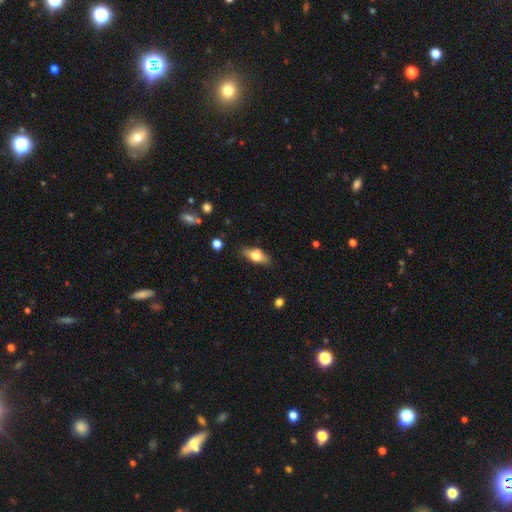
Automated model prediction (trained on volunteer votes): A smooth galaxy with no disk features (61%) that is in between round and cigar-shaped (74%). Merging: none (81%).